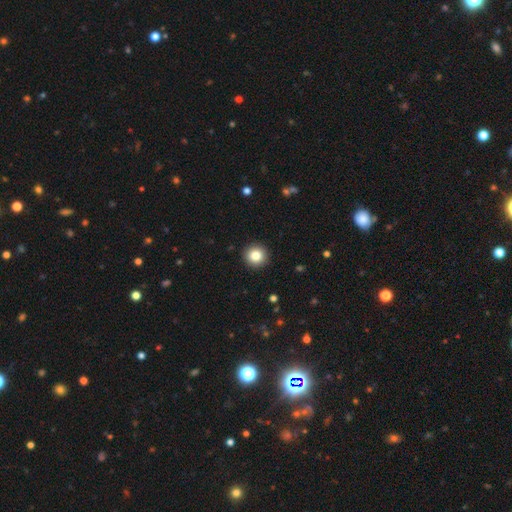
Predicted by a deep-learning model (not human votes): This is clearly a smooth galaxy (84%). How rounded: clearly round (95%). Merging: clearly none (93%).